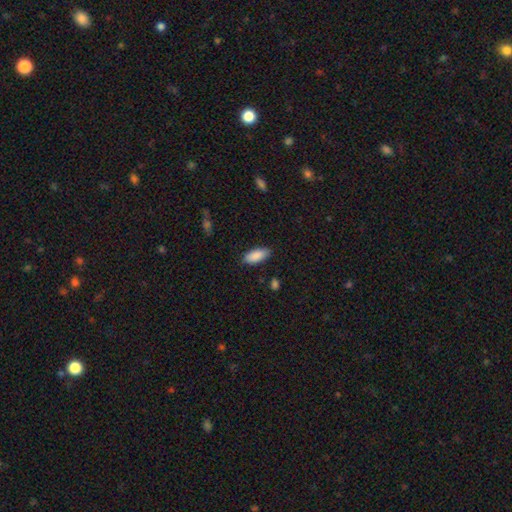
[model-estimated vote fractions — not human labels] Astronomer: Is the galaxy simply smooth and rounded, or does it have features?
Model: smooth — 89%.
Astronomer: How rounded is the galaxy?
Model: in between — 84%.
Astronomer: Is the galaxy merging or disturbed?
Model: none — 84%.